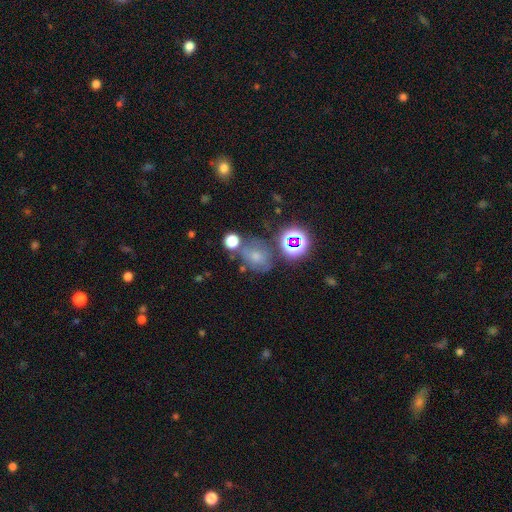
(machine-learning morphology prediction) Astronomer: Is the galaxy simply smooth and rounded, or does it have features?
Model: smooth — 50% (runner-up: star or artifact, 28%).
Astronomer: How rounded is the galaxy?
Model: in between — 53% (runner-up: round, 46%).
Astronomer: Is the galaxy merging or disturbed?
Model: none — 53%.